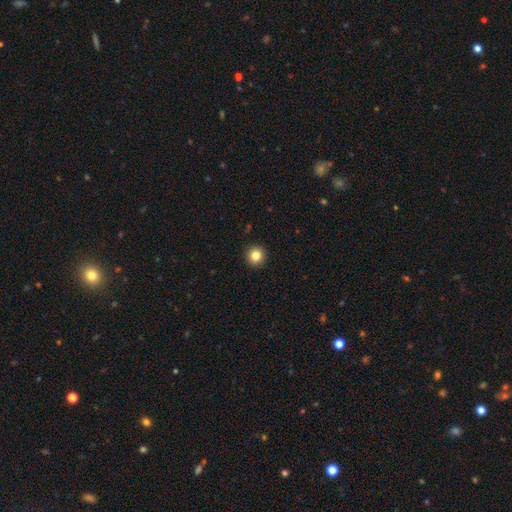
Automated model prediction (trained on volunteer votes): smooth 83%, star or artifact 11%, featured or disk 6%. Down the decision tree: how rounded — round (94%); merging — none (93%).